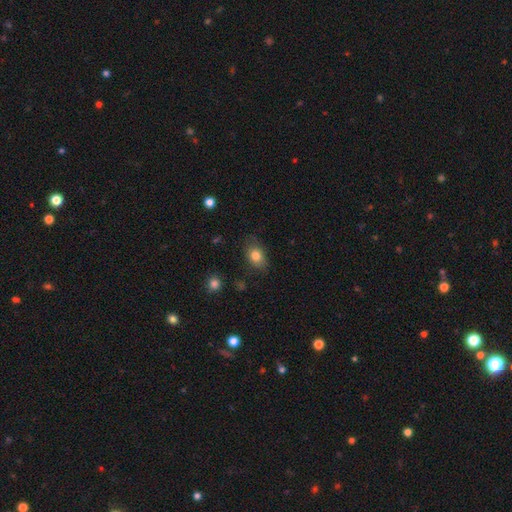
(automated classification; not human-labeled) This appears to be a smooth galaxy with no disk features (81%) that is in between round and cigar-shaped (77%). Merging: none (74%).